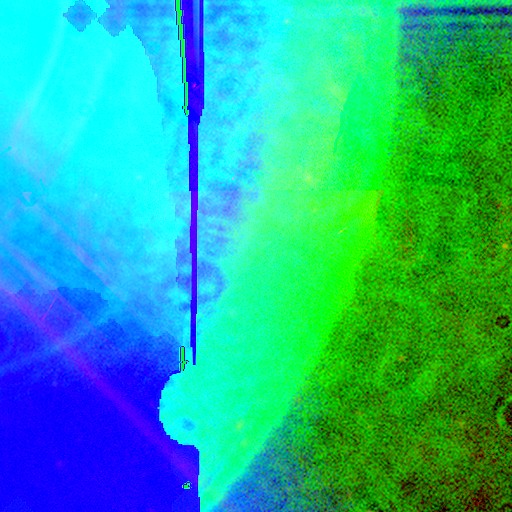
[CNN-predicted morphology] star or artifact 79%, featured or disk 13%, smooth 8%.